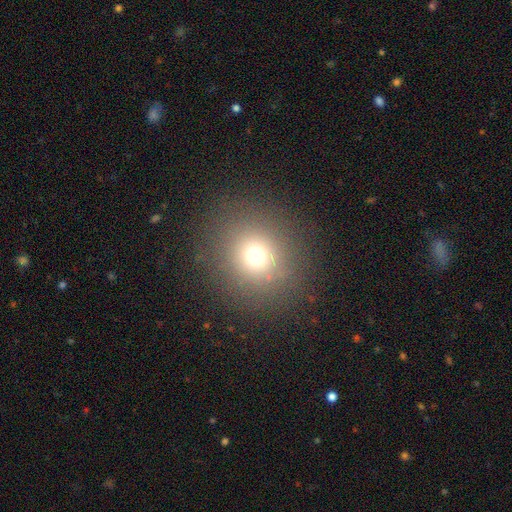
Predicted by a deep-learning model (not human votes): smooth-or-featured: smooth: 68% | star or artifact: 22% | featured or disk: 10%
  how-rounded: round: 89% | in between: 10% | cigar-shaped: 1%
  merging: none: 87% | minor disturbance: 7% | major disturbance: 5% | merger: 1%